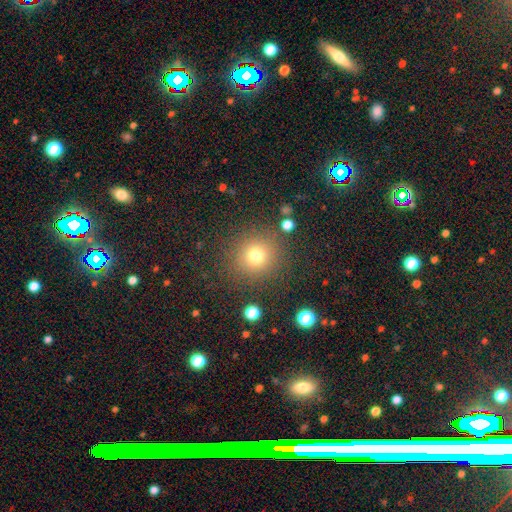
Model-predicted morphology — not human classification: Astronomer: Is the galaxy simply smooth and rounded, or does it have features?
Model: smooth — 74%.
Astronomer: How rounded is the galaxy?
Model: round — 93%.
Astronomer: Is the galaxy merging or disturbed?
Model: none — 86%.